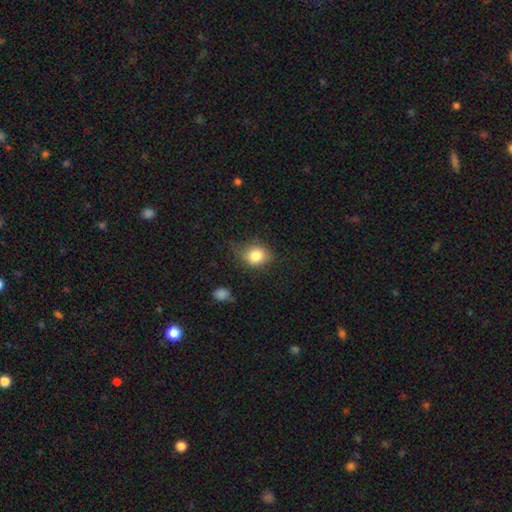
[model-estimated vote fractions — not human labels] The model was most divided on "how rounded": round: 59%, in between: 40%, cigar-shaped: 1%. More confident: smooth or featured — smooth (81%); merging — none (64%).